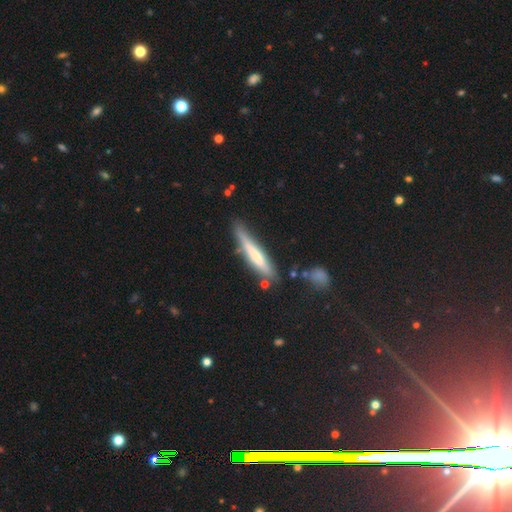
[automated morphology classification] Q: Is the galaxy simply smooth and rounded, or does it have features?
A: smooth — 55%.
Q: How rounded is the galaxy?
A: cigar-shaped — 91%.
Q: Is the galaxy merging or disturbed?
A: none — 69%.